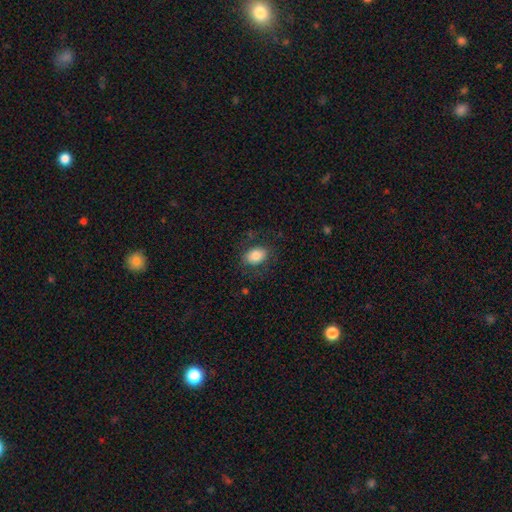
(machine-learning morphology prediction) type=smooth (82%); roundness=in between (78%); merging=none (77%).